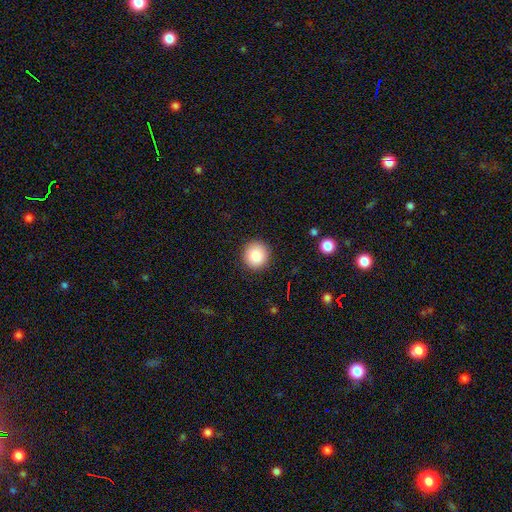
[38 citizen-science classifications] A smooth galaxy with no disk features (87%) that is round (88%). Merging: none (100%).